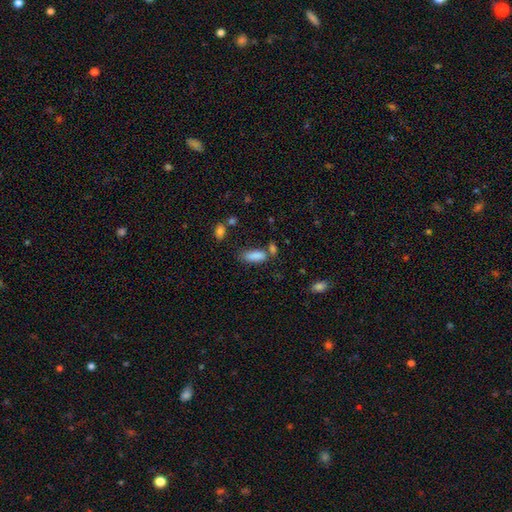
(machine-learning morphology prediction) The model was most divided on "merging": none: 58%, minor disturbance: 19%, merger: 16%, major disturbance: 7%. More confident: smooth or featured — smooth (86%); how rounded — in between (73%).